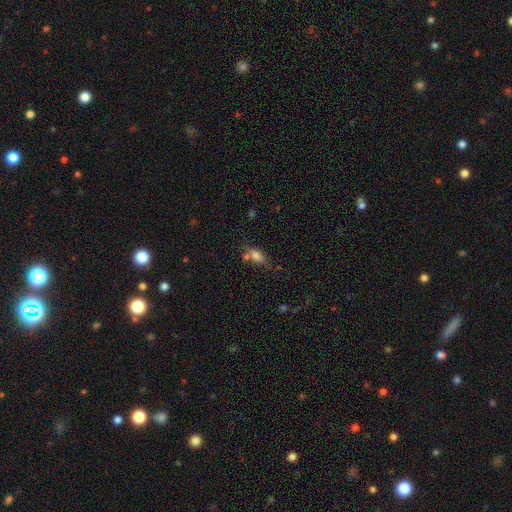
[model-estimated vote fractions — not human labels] Morphology: type=smooth (73%); roundness=in between (77%); merging=none (54%).